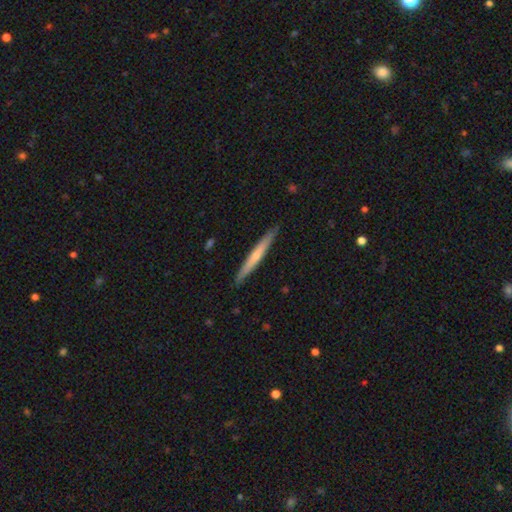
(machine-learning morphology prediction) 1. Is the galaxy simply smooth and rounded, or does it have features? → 50% smooth, 45% featured or disk, 5% star or artifact.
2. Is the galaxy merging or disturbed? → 90% none, 7% minor disturbance, 1% major disturbance, 1% merger.